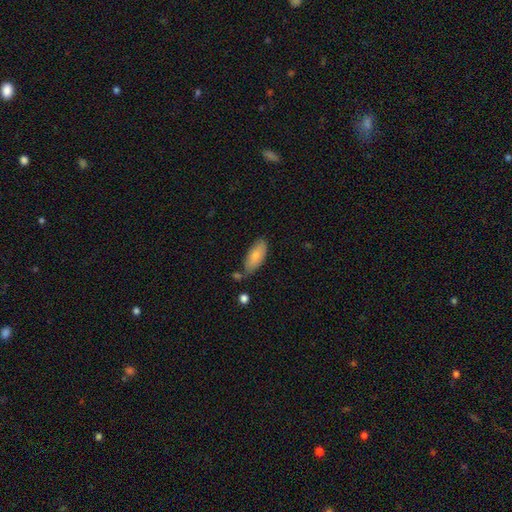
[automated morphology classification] smooth-or-featured: smooth: 80% | featured or disk: 13% | star or artifact: 6%
  how-rounded: in between: 86% | cigar-shaped: 12% | round: 2%
  merging: none: 61% | minor disturbance: 25% | merger: 9% | major disturbance: 5%